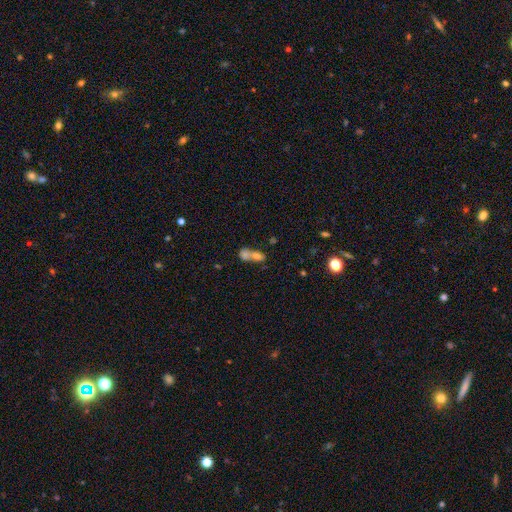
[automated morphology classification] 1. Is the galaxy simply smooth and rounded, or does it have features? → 67% smooth, 19% featured or disk, 14% star or artifact.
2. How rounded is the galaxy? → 65% in between, 26% round, 9% cigar-shaped.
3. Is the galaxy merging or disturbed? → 69% merger, 20% none, 6% minor disturbance, 5% major disturbance.